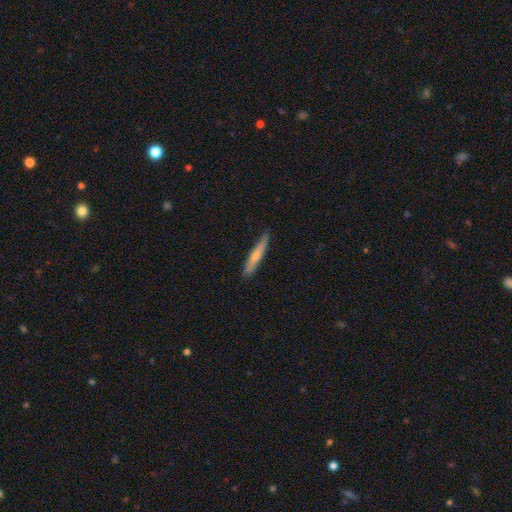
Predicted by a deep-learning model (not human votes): smooth_or_featured: smooth (p=0.62) [alt: featured or disk p=0.32]
how_rounded: cigar-shaped (p=0.93) [alt: in between p=0.06]
merging: none (p=0.87) [alt: minor disturbance p=0.10]